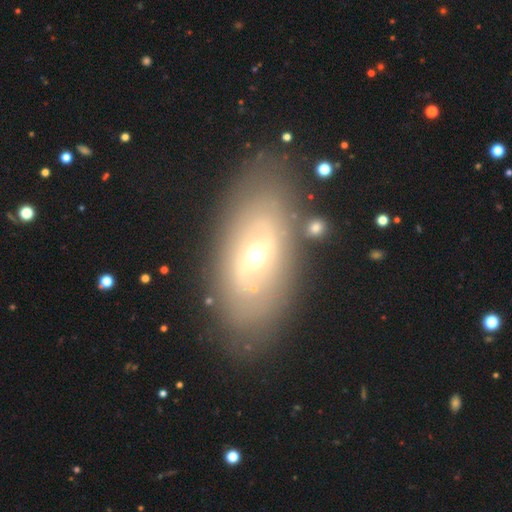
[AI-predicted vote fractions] smooth_or_featured: featured or disk (p=0.62) [alt: smooth p=0.28]
disk_edge_on: no (p=0.87) [alt: yes p=0.13]
bar: no (p=0.58) [alt: weak p=0.31]
has_spiral_arms: no (p=0.64) [alt: yes p=0.36]
bulge_size: moderate (p=0.61) [alt: small p=0.30]
merging: none (p=0.78) [alt: minor disturbance p=0.13]